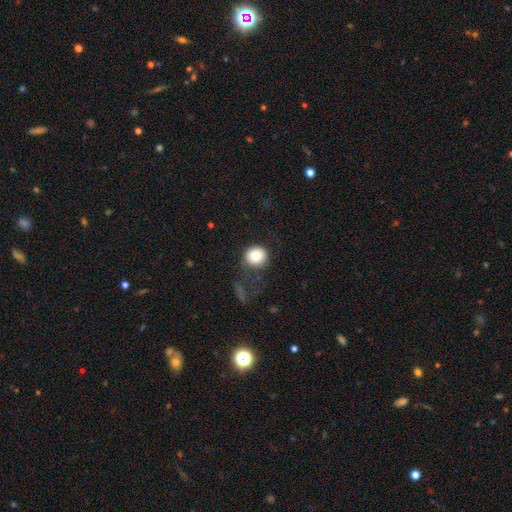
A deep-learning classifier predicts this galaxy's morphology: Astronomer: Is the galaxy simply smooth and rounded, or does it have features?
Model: smooth — 79%.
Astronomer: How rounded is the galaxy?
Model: round — 89%.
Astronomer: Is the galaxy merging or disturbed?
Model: none — 60%.